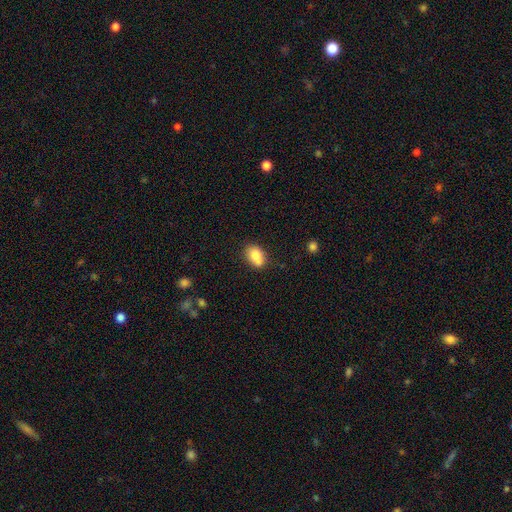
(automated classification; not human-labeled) A smooth galaxy with no disk features (80%) that is in between round and cigar-shaped (77%).

Vote fractions:
- Smooth or featured? smooth: 80% / featured or disk: 11% / star or artifact: 9%
- How rounded? in between: 77% / round: 22% / cigar-shaped: 2%
- Merging? none: 61% / minor disturbance: 22% / merger: 12% / major disturbance: 5%